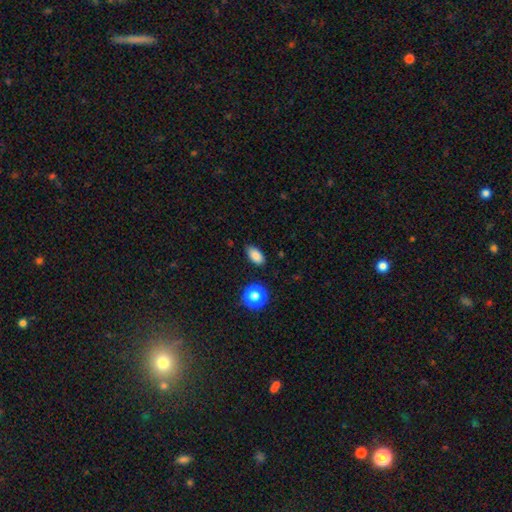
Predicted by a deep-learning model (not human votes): This appears to be a smooth galaxy with no disk features (84%) that is in between round and cigar-shaped (88%). Merging: none (83%).